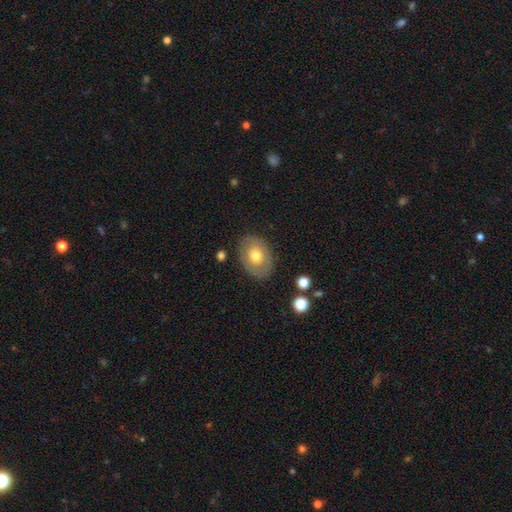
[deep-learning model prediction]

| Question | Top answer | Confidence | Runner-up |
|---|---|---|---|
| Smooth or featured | smooth | 55% | featured or disk (39%) |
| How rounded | in between | 74% | round (25%) |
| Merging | none | 83% | minor disturbance (12%) |